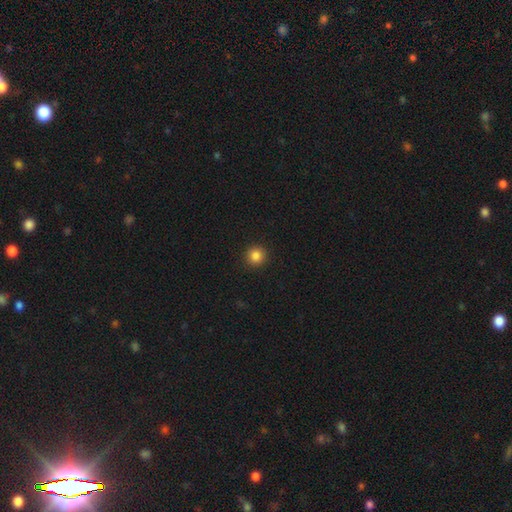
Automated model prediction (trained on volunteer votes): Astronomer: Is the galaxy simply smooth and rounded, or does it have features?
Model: smooth — 85%.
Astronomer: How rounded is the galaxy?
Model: round — 95%.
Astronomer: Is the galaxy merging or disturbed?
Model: none — 93%.